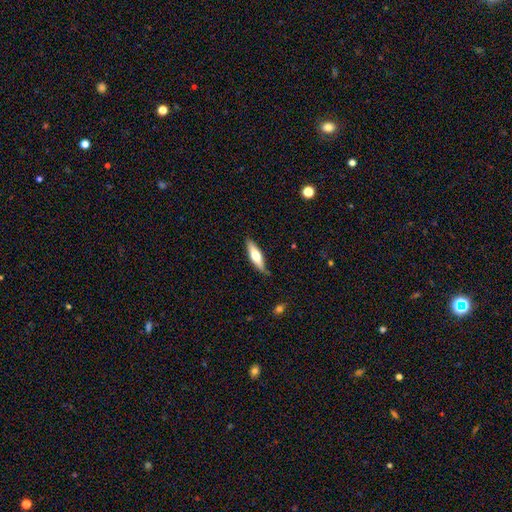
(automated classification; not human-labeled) Smooth or featured? smooth (51%)
How rounded? cigar-shaped (63%)
Merging? none (85%)